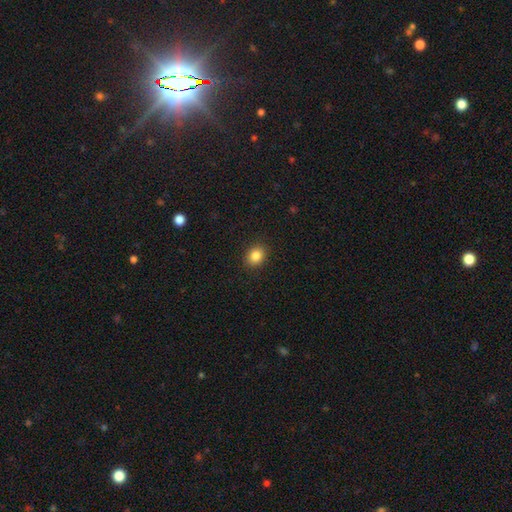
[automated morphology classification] This appears to be a smooth galaxy with no disk features (84%) that is in between round and cigar-shaped (50%). Merging: none (90%).